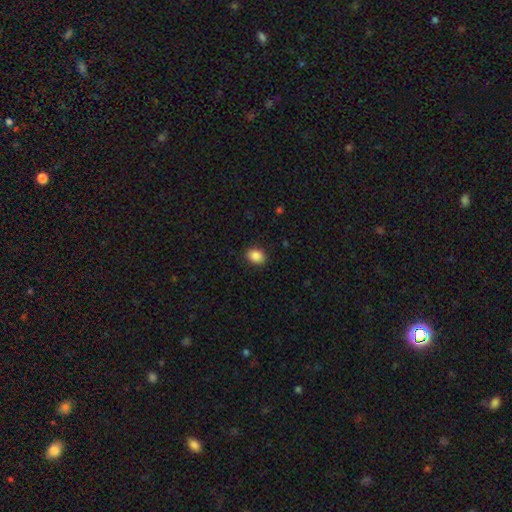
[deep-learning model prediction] Smooth or featured? Predicted: smooth (p=0.88). How rounded? Predicted: in between (p=0.62). Merging? Predicted: none (p=0.89).